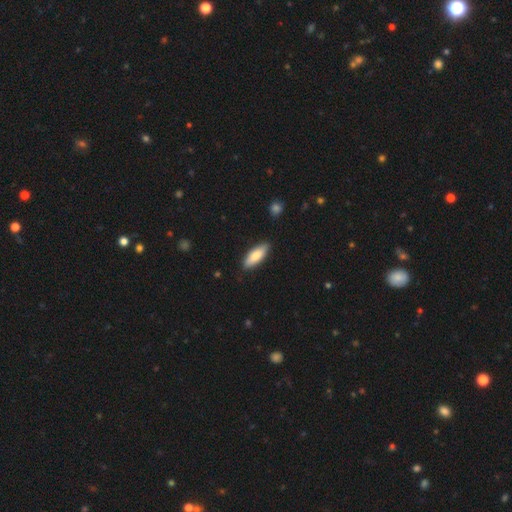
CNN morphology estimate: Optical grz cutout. It shows a smooth galaxy with no disk features (78%) that is in between round and cigar-shaped (64%). Merging: none (87%).